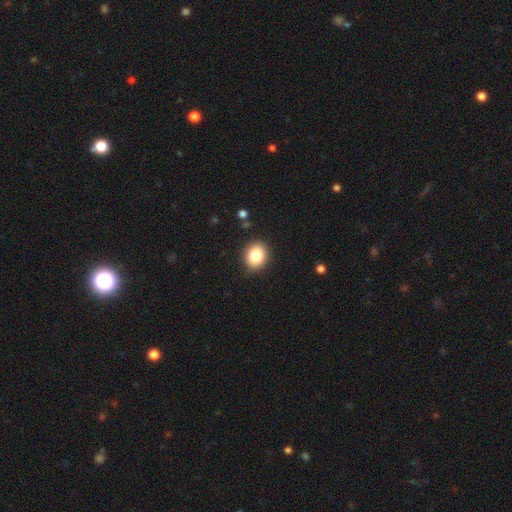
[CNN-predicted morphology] Smooth or featured? smooth (84%)
How rounded? round (67%)
Merging? none (88%)